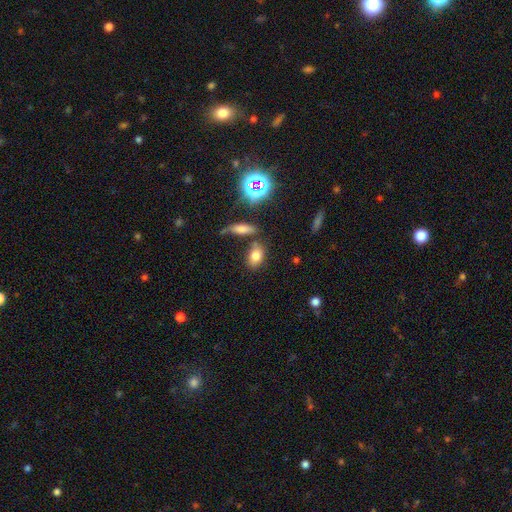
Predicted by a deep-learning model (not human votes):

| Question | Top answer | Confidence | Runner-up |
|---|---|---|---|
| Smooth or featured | smooth | 75% | star or artifact (14%) |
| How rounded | in between | 80% | round (16%) |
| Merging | none | 66% | minor disturbance (15%) |